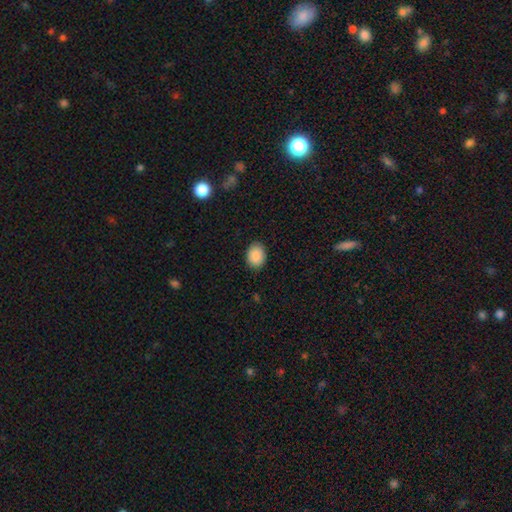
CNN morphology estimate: This appears to be a smooth galaxy with no disk features (89%) that is in between round and cigar-shaped (65%). Merging: none (86%).